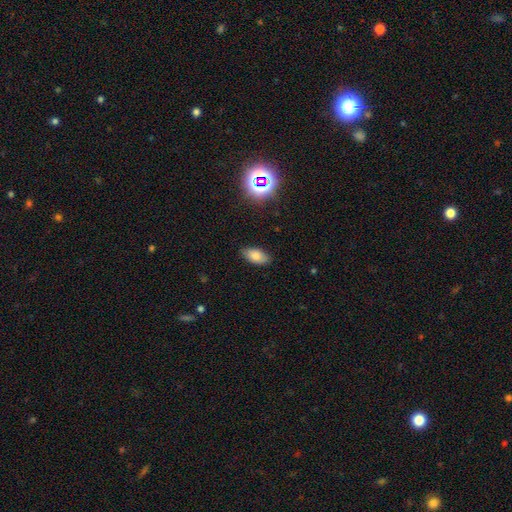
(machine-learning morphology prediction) Q: Smooth or featured?
A: smooth (79%); runner-up: star or artifact (11%)
Q: How rounded?
A: in between (92%); runner-up: round (4%)
Q: Merging?
A: none (85%); runner-up: minor disturbance (12%)